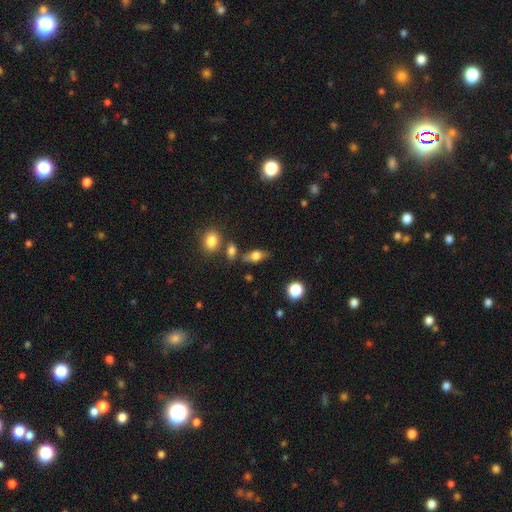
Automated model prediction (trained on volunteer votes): smooth_or_featured: smooth (p=0.65) [alt: featured or disk p=0.25]
how_rounded: in between (p=0.75) [alt: cigar-shaped p=0.14]
merging: none (p=0.71) [alt: minor disturbance p=0.15]